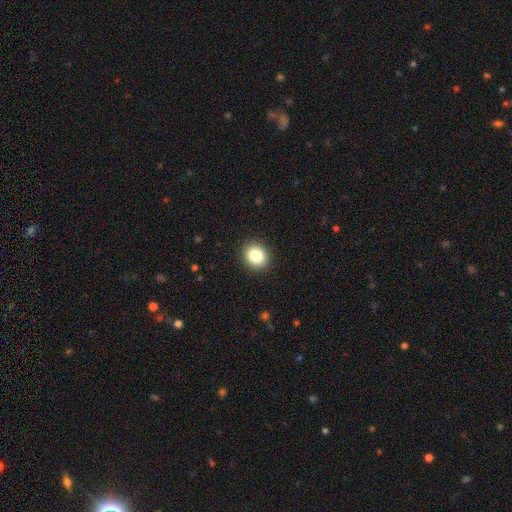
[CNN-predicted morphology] Smooth or featured? Predicted: smooth (p=0.86). How rounded? Predicted: round (p=0.67). Merging? Predicted: none (p=0.91).